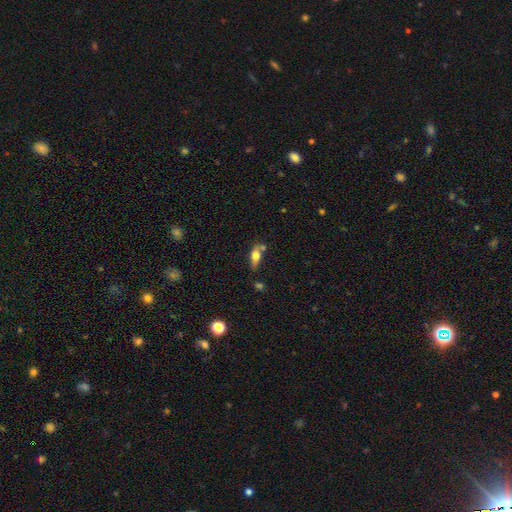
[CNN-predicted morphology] A smooth galaxy with no disk features (66%) that is in between round and cigar-shaped (77%). Merging: none (54%).